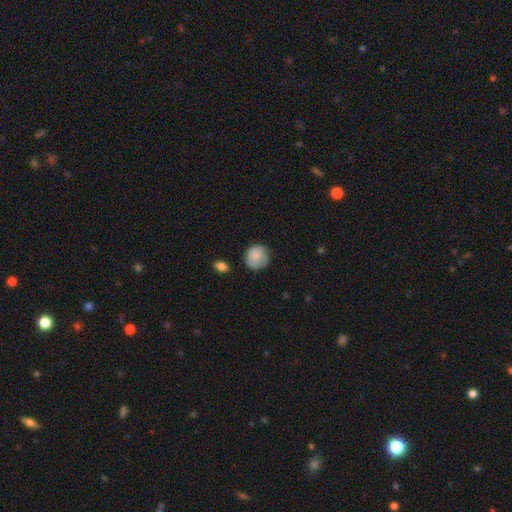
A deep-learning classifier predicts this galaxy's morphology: smooth_or_featured: smooth (p=0.81) [alt: featured or disk p=0.12]
how_rounded: round (p=0.85) [alt: in between p=0.14]
merging: none (p=0.68) [alt: minor disturbance p=0.23]